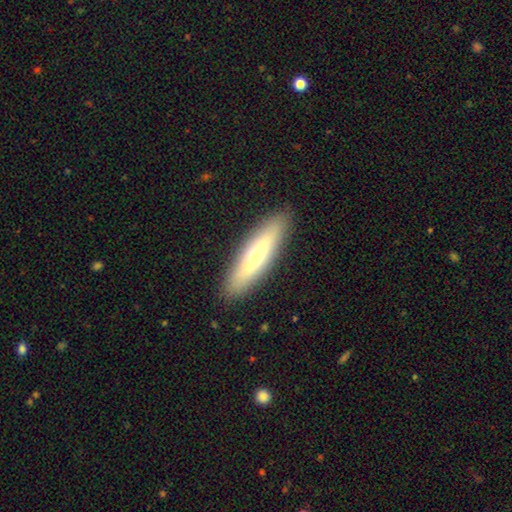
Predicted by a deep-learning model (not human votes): A smooth galaxy with no disk features (59%) that is cigar-shaped (70%).

Vote fractions:
- Smooth or featured? smooth: 59% / featured or disk: 35% / star or artifact: 6%
- How rounded? cigar-shaped: 70% / in between: 28% / round: 2%
- Merging? none: 90% / minor disturbance: 7% / major disturbance: 2% / merger: 1%